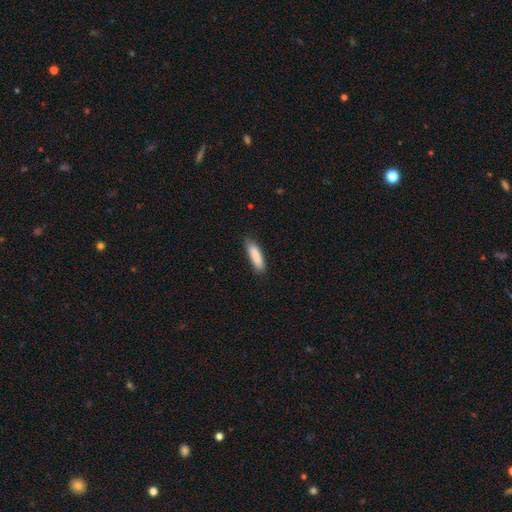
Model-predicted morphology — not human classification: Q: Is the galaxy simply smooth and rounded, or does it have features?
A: smooth — 87%.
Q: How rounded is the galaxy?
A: cigar-shaped — 63%.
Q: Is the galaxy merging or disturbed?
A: none — 78%.